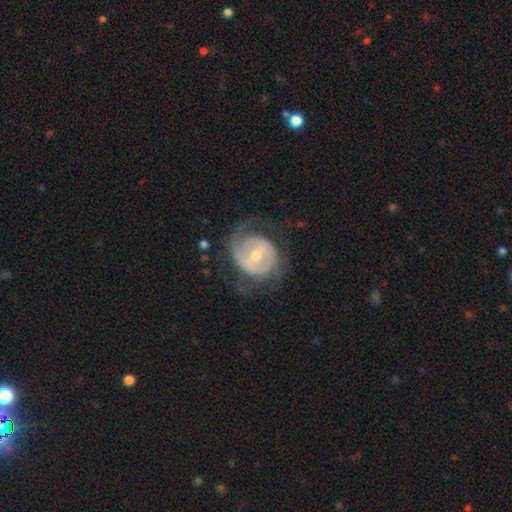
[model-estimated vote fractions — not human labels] This appears to be a featured or disk galaxy (78%) with a weak bar (48%), 2 (48%) tight (46%) spiral arms (83%) and a moderate central bulge (56%). Merging: none (55%).